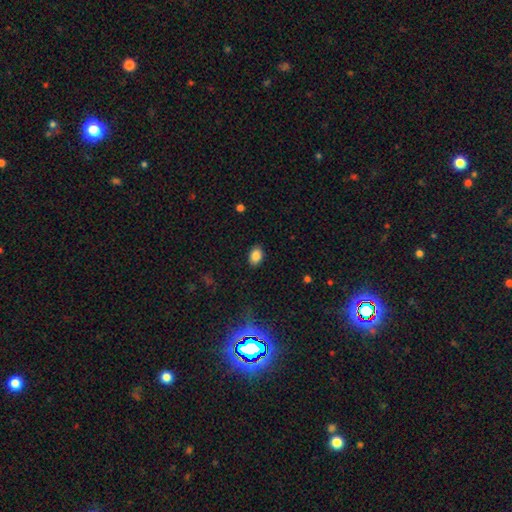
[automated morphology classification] smooth_or_featured: smooth (p=0.85) [alt: star or artifact p=0.10]
how_rounded: in between (p=0.81) [alt: round p=0.18]
merging: none (p=0.87) [alt: minor disturbance p=0.09]